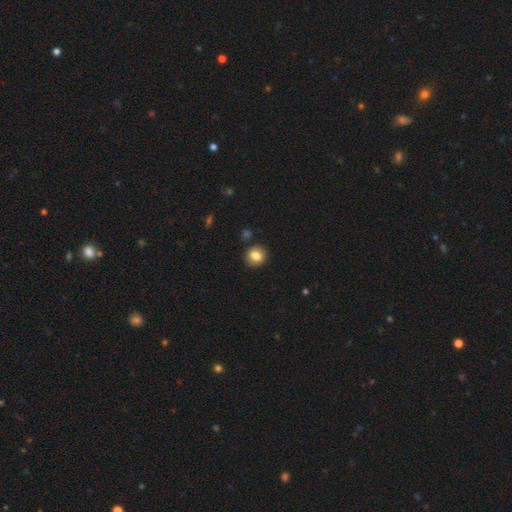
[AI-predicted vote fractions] A smooth galaxy with no disk features (82%) that is round (80%).

Vote fractions:
- Smooth or featured? smooth: 82% / star or artifact: 9% / featured or disk: 9%
- How rounded? round: 80% / in between: 19% / cigar-shaped: 1%
- Merging? none: 89% / minor disturbance: 7% / merger: 2% / major disturbance: 2%